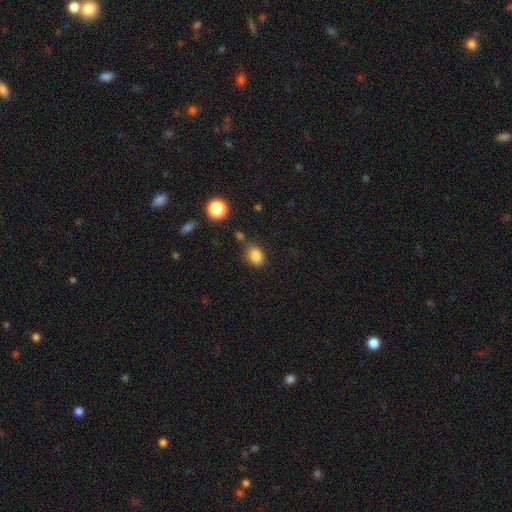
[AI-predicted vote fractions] Smooth or featured? Predicted: smooth (p=0.85). How rounded? Predicted: in between (p=0.64). Merging? Predicted: none (p=0.73).